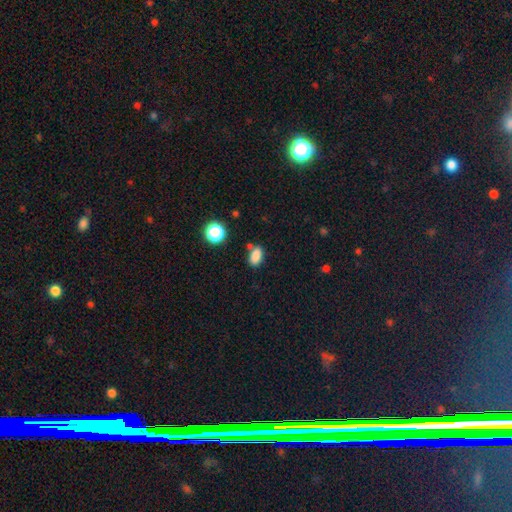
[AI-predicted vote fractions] This is clearly a smooth galaxy (84%). How rounded: clearly in between (85%). Merging: likely none (71%).